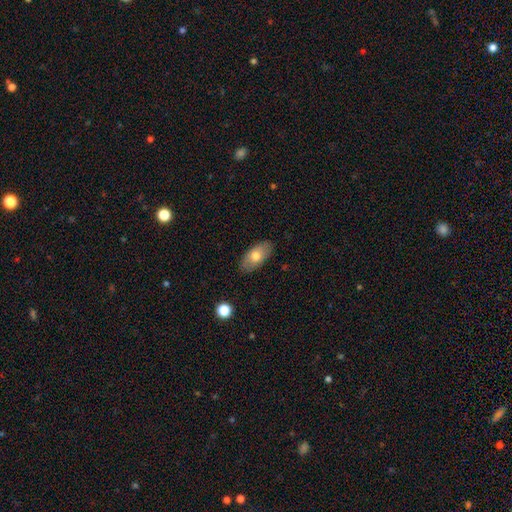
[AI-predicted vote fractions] smooth 72%, featured or disk 21%, star or artifact 6%. Down the decision tree: how rounded — in between (92%); merging — none (85%).